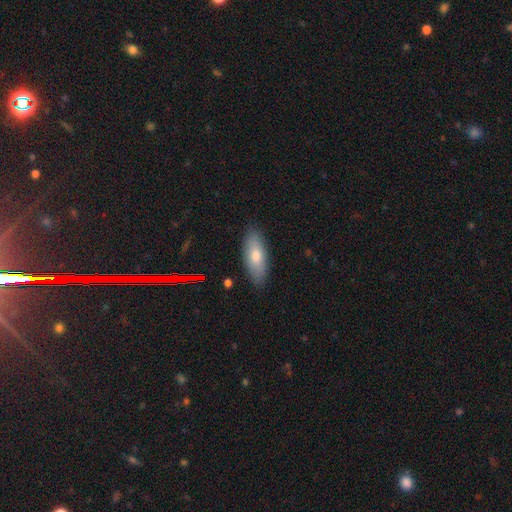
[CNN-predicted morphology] Smooth or featured: smooth — 71% (featured or disk — 22%)
How rounded: in between — 72% (cigar-shaped — 25%)
Merging: none — 86% (minor disturbance — 11%)